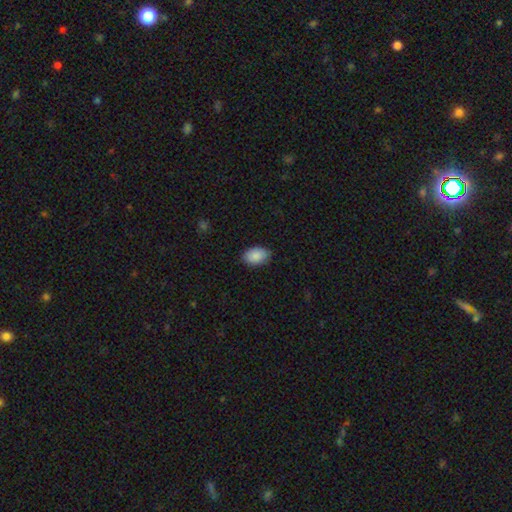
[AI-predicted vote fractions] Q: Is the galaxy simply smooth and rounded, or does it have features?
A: smooth — 89%.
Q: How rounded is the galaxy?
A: in between — 90%.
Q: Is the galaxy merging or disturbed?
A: none — 86%.